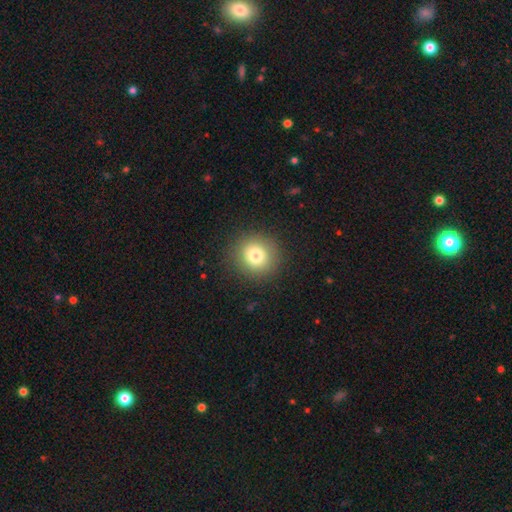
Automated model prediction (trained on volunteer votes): Q: Smooth or featured?
A: smooth (77%); runner-up: star or artifact (12%)
Q: How rounded?
A: round (93%); runner-up: in between (6%)
Q: Merging?
A: none (89%); runner-up: minor disturbance (7%)